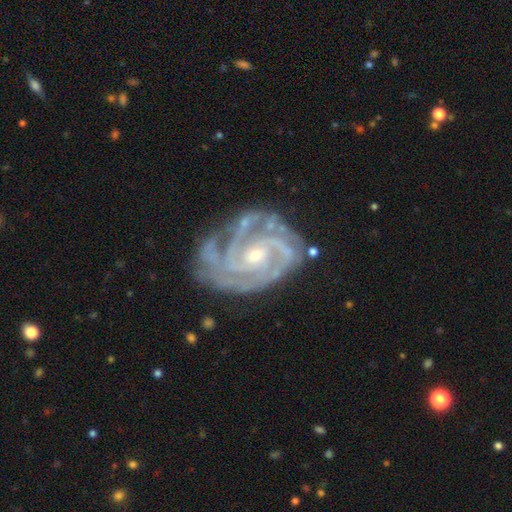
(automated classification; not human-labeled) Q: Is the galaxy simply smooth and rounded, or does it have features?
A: featured or disk — 92%.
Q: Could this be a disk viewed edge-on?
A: no — 98%.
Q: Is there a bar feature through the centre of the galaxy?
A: no — 54%.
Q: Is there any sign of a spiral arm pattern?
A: yes — 99%.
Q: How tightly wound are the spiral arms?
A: tight — 64%.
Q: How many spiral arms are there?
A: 3 — 40%.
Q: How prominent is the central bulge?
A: small — 68%.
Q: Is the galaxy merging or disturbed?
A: none — 67%.